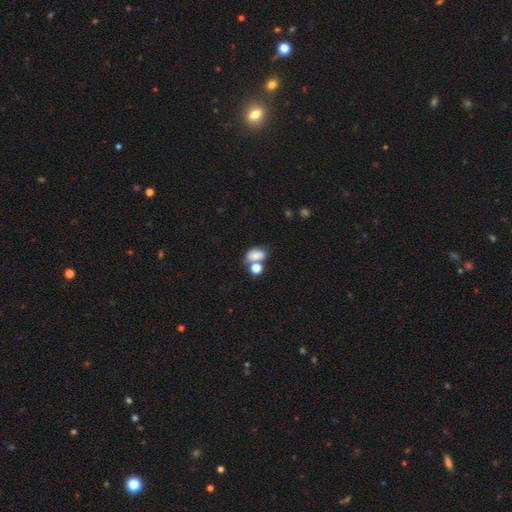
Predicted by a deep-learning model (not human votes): Q: Smooth or featured?
A: smooth (73%); runner-up: featured or disk (15%)
Q: How rounded?
A: in between (75%); runner-up: round (24%)
Q: Merging?
A: merger (45%); runner-up: none (33%)